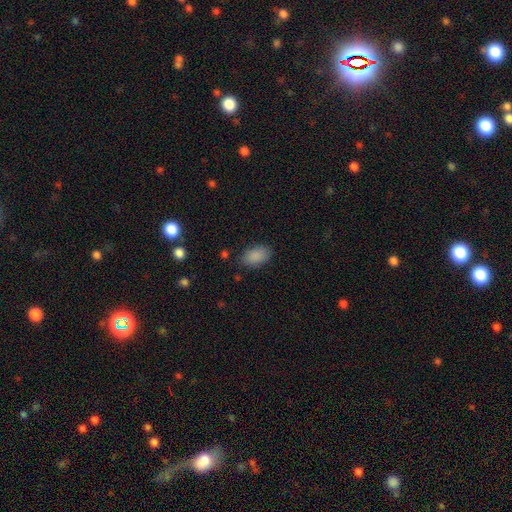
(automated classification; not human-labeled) Smooth or featured? Predicted: smooth (p=0.88). How rounded? Predicted: in between (p=0.92). Merging? Predicted: none (p=0.83).